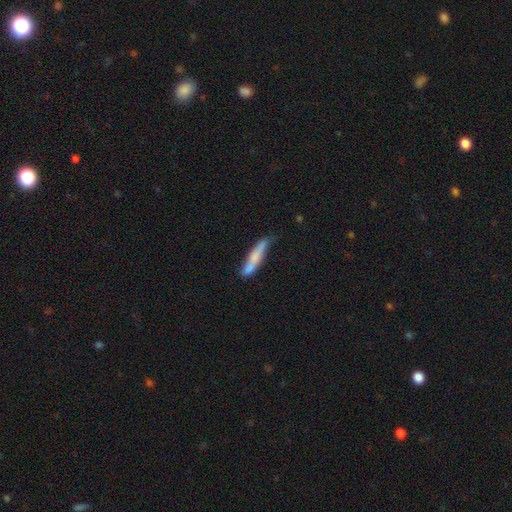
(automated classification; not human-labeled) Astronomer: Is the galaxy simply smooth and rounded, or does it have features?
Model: smooth — 63%.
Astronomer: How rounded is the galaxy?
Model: cigar-shaped — 86%.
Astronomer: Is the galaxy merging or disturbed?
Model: none — 57%.